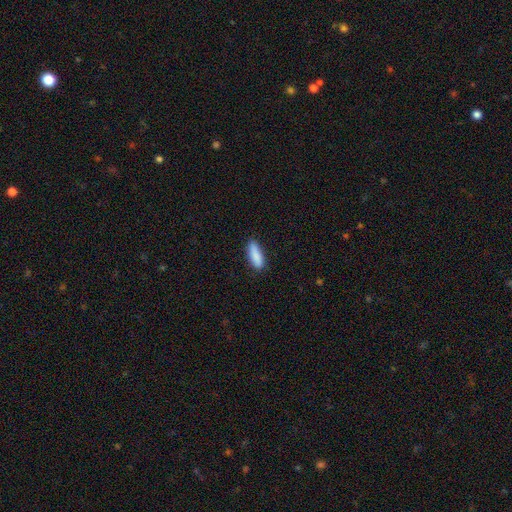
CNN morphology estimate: A smooth galaxy with no disk features (89%) that is in between round and cigar-shaped (58%). Merging: none (85%).